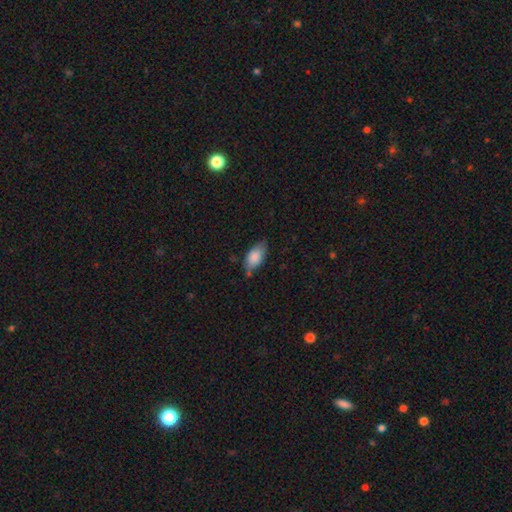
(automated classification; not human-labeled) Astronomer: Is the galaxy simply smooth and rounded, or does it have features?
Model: smooth — 83%.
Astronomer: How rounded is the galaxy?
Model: in between — 90%.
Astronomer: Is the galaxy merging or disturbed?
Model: none — 65%.